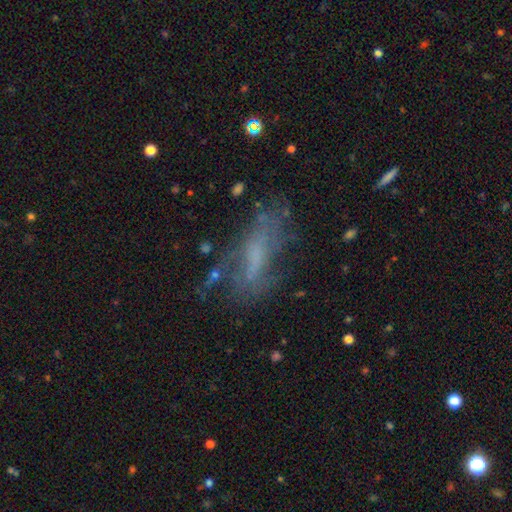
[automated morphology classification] A featured or disk galaxy (48%). Merging: none (52%).